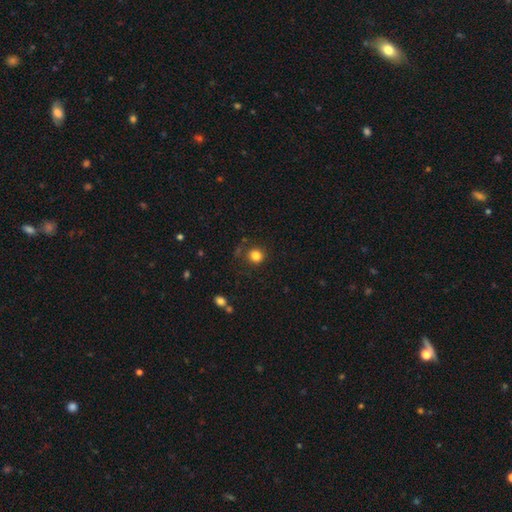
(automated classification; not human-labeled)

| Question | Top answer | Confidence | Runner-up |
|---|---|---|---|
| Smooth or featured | smooth | 83% | star or artifact (12%) |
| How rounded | round | 89% | in between (10%) |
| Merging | none | 82% | minor disturbance (10%) |